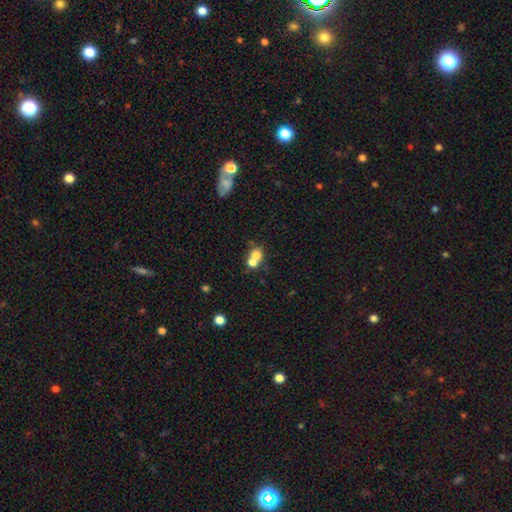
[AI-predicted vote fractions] smooth 70%, featured or disk 17%, star or artifact 13%. Down the decision tree: how rounded — round (69%); merging — merger (60%).